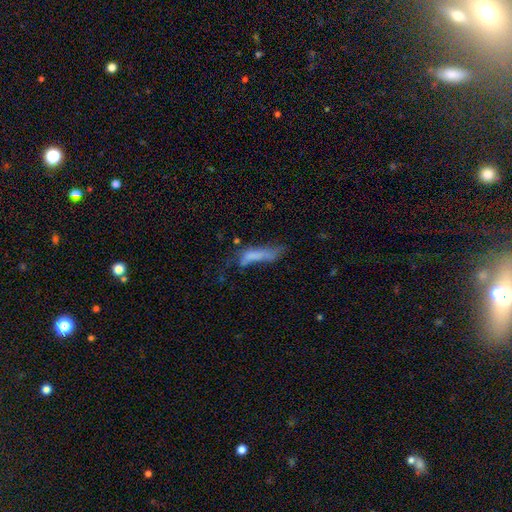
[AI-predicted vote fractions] Smooth or featured: smooth — 57% (featured or disk — 30%)
How rounded: cigar-shaped — 66% (in between — 32%)
Merging: major disturbance — 40% (none — 27%)